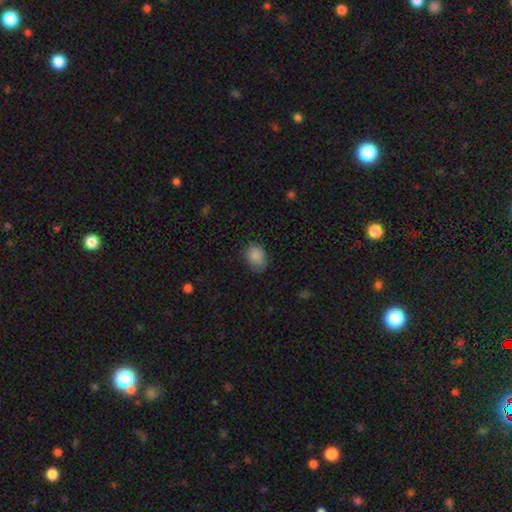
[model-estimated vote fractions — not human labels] The model was most divided on "how rounded": in between: 73%, round: 26%, cigar-shaped: 1%. More confident: smooth or featured — smooth (87%); merging — none (77%).